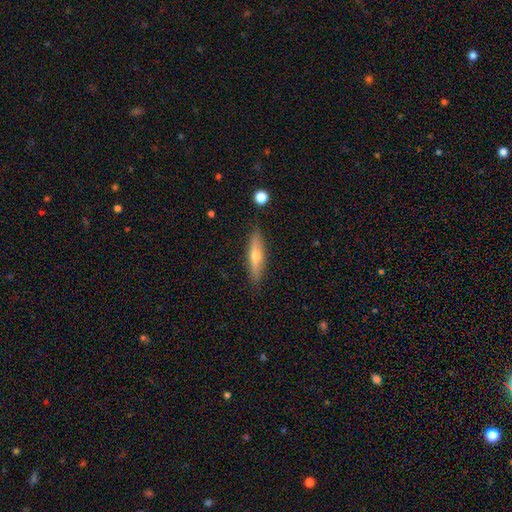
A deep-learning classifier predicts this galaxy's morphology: Smooth or featured?
  - smooth: 48% *
  - featured or disk: 46%
  - star or artifact: 6%
Merging?
  - none: 86% *
  - minor disturbance: 10%
  - major disturbance: 2%
  - merger: 2%